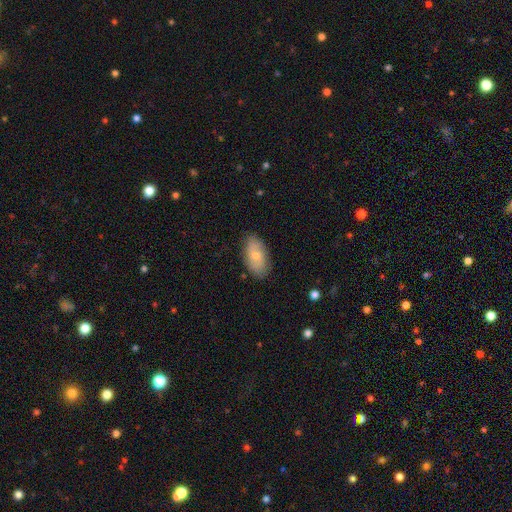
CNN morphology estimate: A smooth galaxy with no disk features (66%) that is in between round and cigar-shaped (93%).

Vote fractions:
- Smooth or featured? smooth: 66% / featured or disk: 28% / star or artifact: 6%
- How rounded? in between: 93% / round: 4% / cigar-shaped: 3%
- Merging? none: 81% / minor disturbance: 15% / major disturbance: 3% / merger: 1%